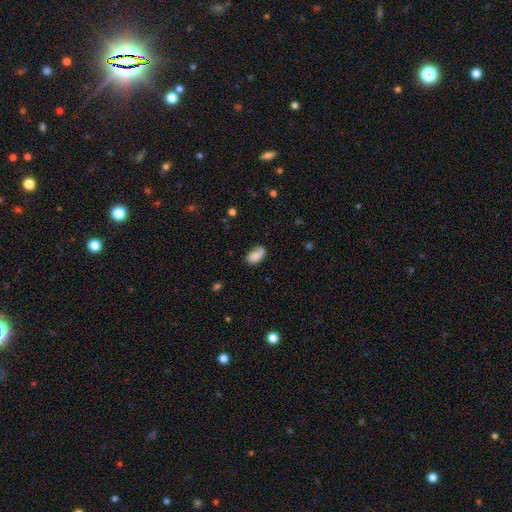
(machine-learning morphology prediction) Overall: smooth (74%). How rounded: in between (90%). Merging: none (58%; minor disturbance 29%).